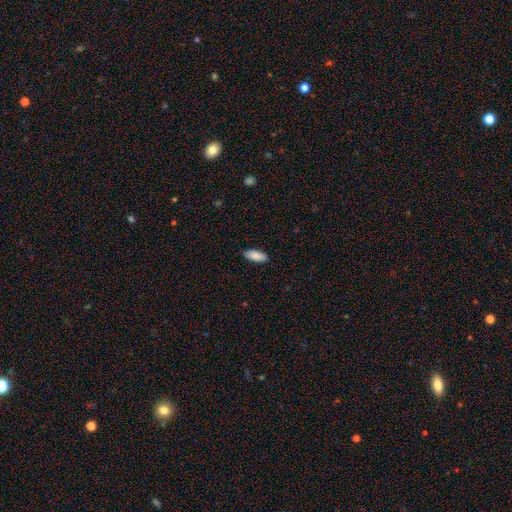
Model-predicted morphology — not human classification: Smooth or featured: smooth — 88% (featured or disk — 6%)
How rounded: in between — 80% (cigar-shaped — 18%)
Merging: none — 89% (minor disturbance — 8%)